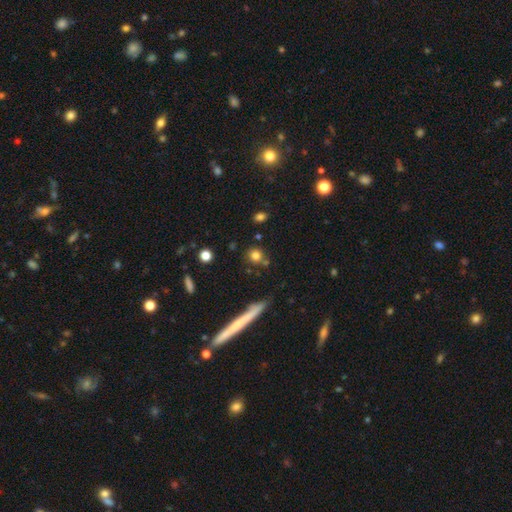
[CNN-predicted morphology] Smooth or featured?
  - smooth: 79% *
  - star or artifact: 12%
  - featured or disk: 10%
How rounded?
  - round: 83% *
  - in between: 13%
  - cigar-shaped: 4%
Merging?
  - none: 75% *
  - merger: 11%
  - minor disturbance: 10%
  - major disturbance: 4%